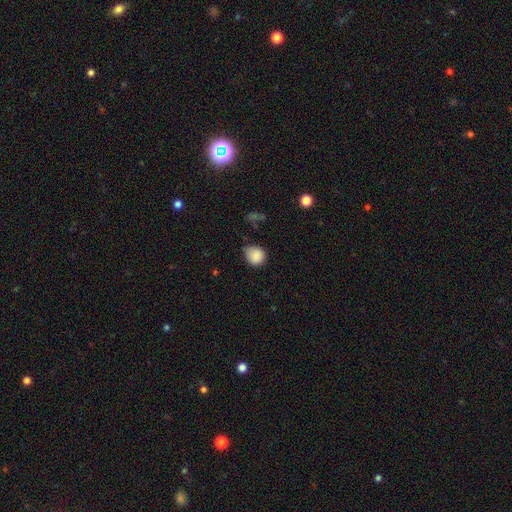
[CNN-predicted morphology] Q: Smooth or featured?
A: smooth (87%); runner-up: star or artifact (9%)
Q: How rounded?
A: round (82%); runner-up: in between (17%)
Q: Merging?
A: none (60%); runner-up: minor disturbance (32%)